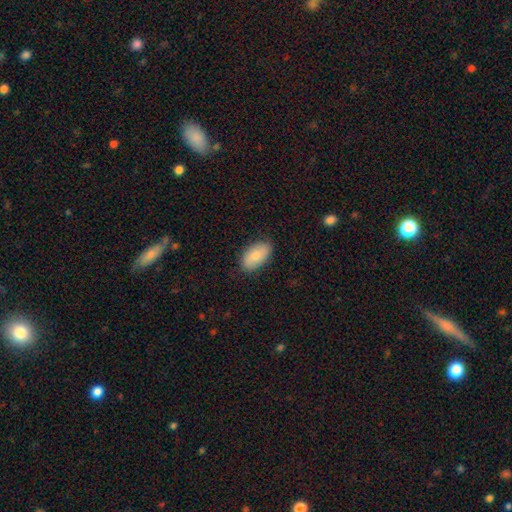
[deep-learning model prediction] Morphology: type=smooth (79%); roundness=in between (94%); merging=none (85%).